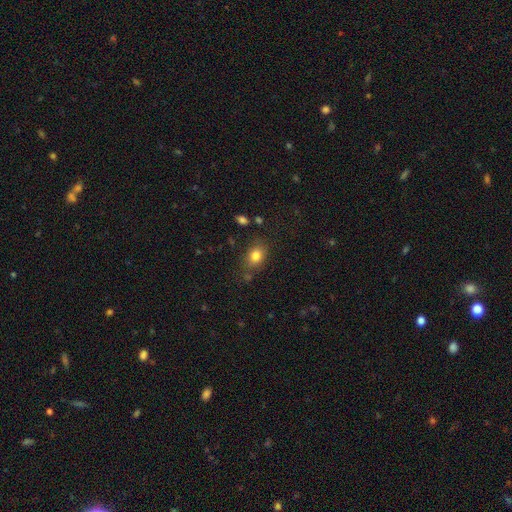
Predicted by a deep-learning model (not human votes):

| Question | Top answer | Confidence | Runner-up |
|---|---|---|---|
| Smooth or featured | smooth | 82% | star or artifact (10%) |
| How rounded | in between | 69% | round (30%) |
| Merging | none | 74% | minor disturbance (16%) |